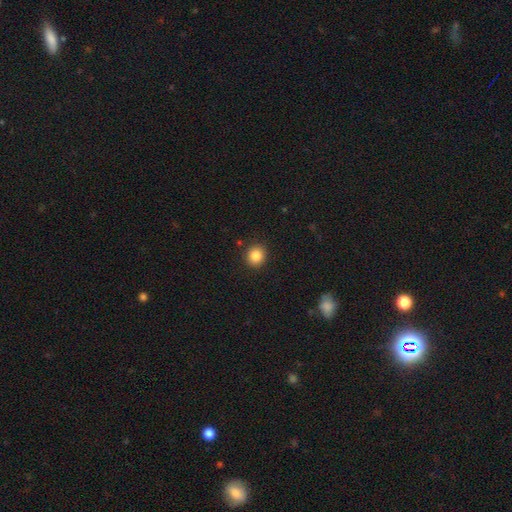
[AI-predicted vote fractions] A smooth galaxy with no disk features (85%) that is round (83%). Merging: none (90%).